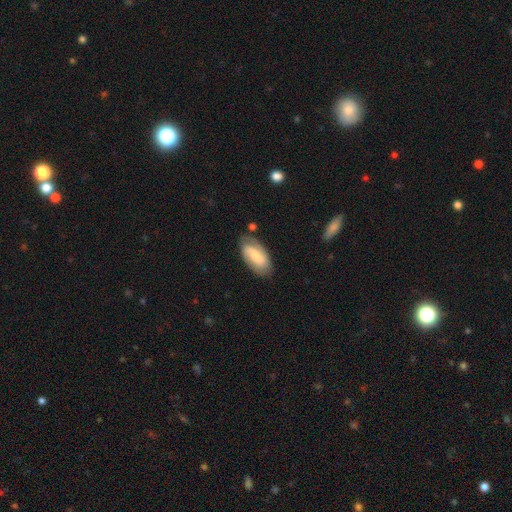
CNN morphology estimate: This is possibly a smooth galaxy (58%). How rounded: clearly in between (91%). Merging: likely none (71%).